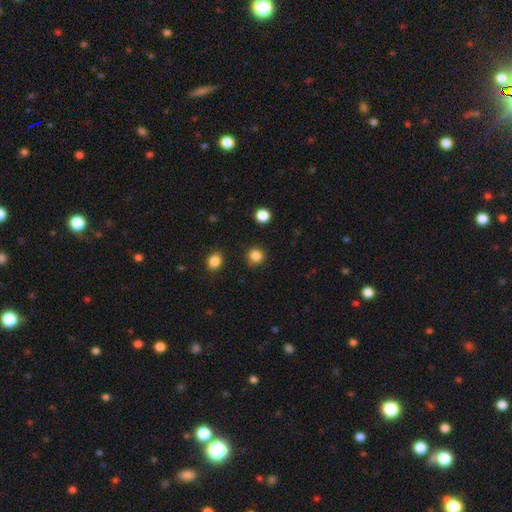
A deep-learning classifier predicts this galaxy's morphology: The model was most divided on "smooth or featured": smooth: 84%, star or artifact: 12%, featured or disk: 3%. More confident: how rounded — round (91%); merging — none (86%).